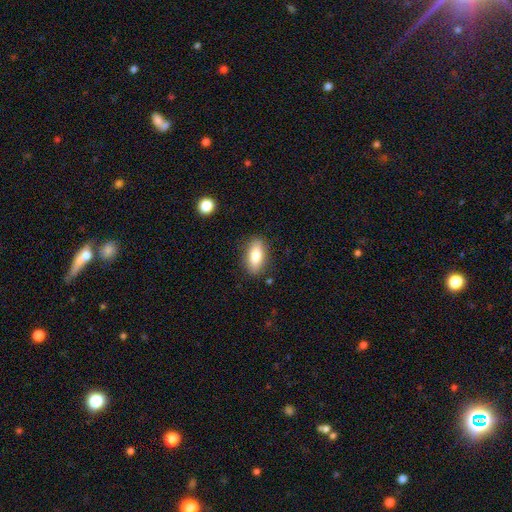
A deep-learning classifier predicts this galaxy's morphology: The model was most divided on "smooth or featured": smooth: 82%, featured or disk: 11%, star or artifact: 7%. More confident: how rounded — in between (86%); merging — none (85%).